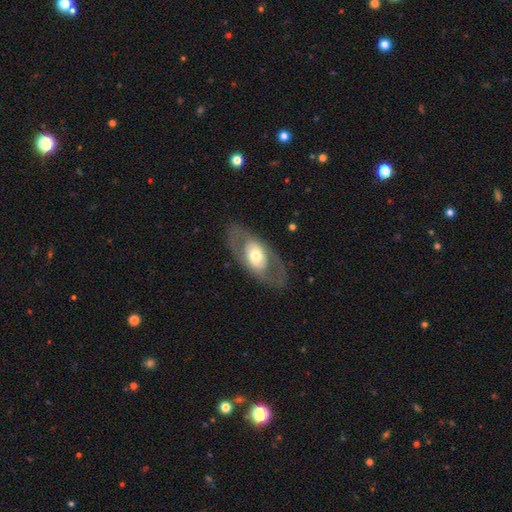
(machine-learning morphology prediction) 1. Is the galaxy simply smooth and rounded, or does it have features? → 59% featured or disk, 36% smooth, 5% star or artifact.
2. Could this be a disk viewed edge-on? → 86% no, 14% yes.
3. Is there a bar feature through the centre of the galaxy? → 76% no, 16% weak, 9% strong.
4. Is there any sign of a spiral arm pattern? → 79% no, 21% yes.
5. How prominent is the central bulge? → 58% moderate, 28% large, 11% small, 3% dominant, 1% none.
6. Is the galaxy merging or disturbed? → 78% none, 12% minor disturbance, 9% major disturbance, 1% merger.